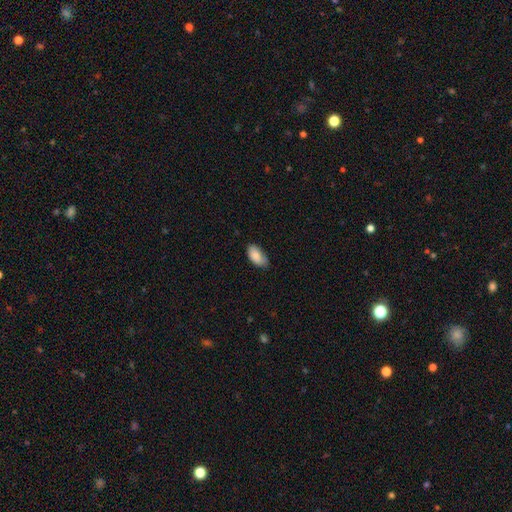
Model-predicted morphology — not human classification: This is clearly a smooth galaxy (86%). How rounded: clearly in between (94%). Merging: likely none (71%).